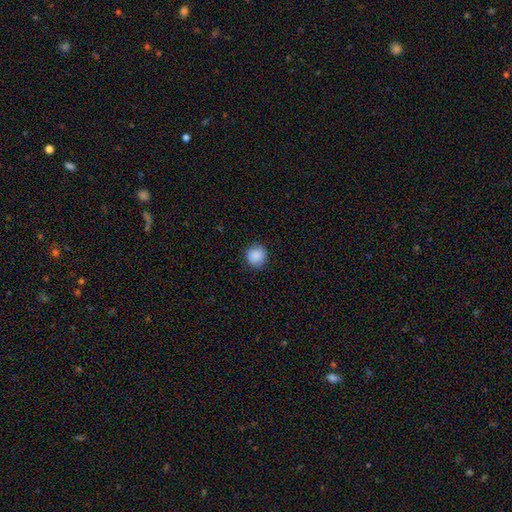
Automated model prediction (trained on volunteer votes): Overall: smooth (89%). How rounded: round (92%). Merging: none (88%).